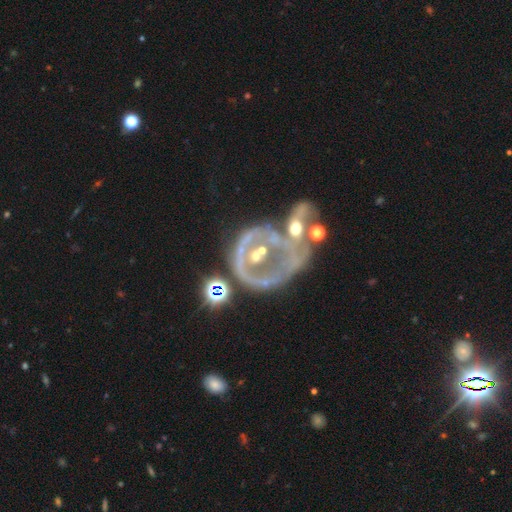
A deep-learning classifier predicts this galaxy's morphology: featured or disk 69%, smooth 17%, star or artifact 14%. Down the decision tree: edge-on disk — no (97%); bar — no (84%); spiral arms — no (74%); bulge size — moderate (44%); merging — merger (36%).